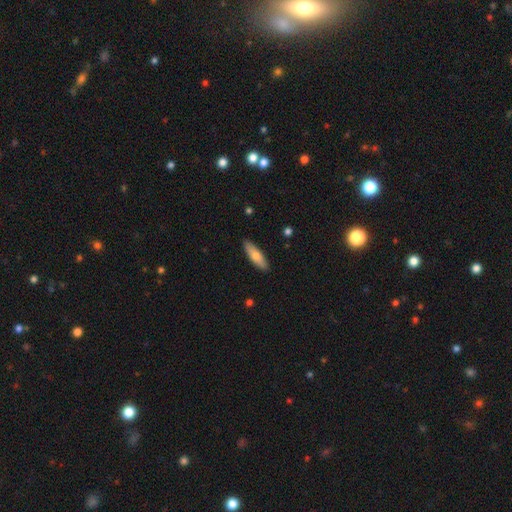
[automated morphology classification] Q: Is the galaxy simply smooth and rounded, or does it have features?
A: smooth — 71%.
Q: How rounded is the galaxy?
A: cigar-shaped — 57%.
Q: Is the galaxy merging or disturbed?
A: none — 89%.